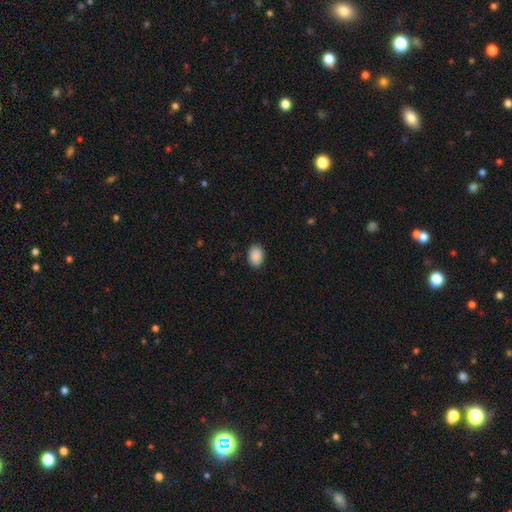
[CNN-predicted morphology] A smooth galaxy with no disk features (90%) that is in between round and cigar-shaped (74%). Merging: none (89%).